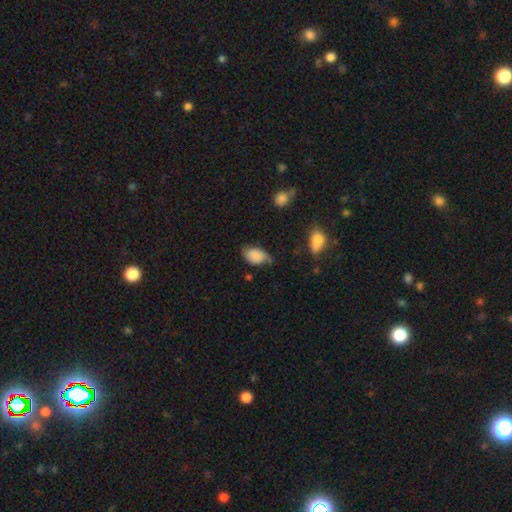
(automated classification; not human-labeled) smooth 77%, featured or disk 14%, star or artifact 9%. Down the decision tree: how rounded — in between (88%); merging — none (47%).